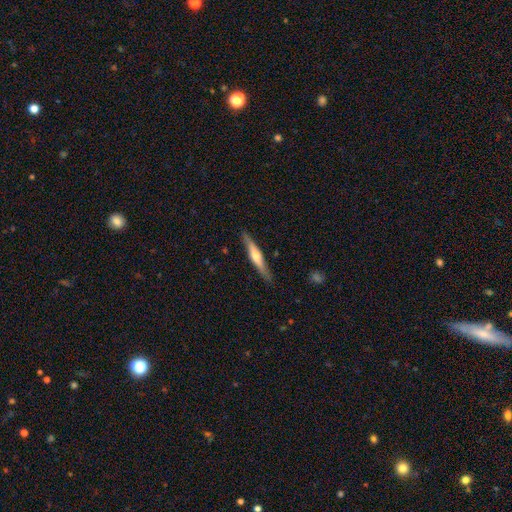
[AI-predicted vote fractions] This appears to be a featured or disk galaxy (60%) viewed edge-on (96%) with a rounded central bulge (82%). Merging: none (87%).